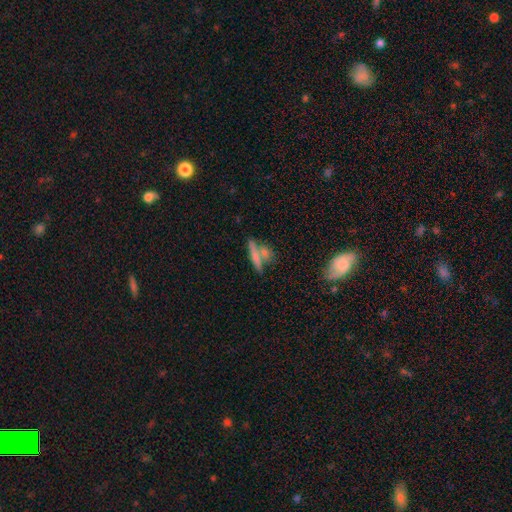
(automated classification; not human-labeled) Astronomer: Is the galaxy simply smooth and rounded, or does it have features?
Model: smooth — 63%.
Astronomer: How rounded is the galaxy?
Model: cigar-shaped — 78%.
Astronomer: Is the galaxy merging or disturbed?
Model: none — 52% (runner-up: merger, 34%).